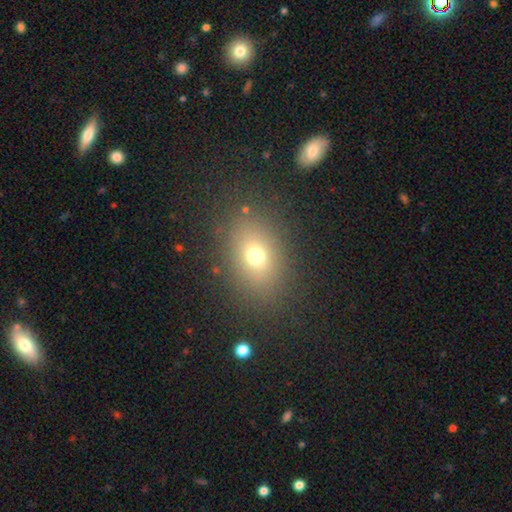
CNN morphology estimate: This appears to be a smooth galaxy with no disk features (69%) that is in between round and cigar-shaped (61%). Merging: none (84%).